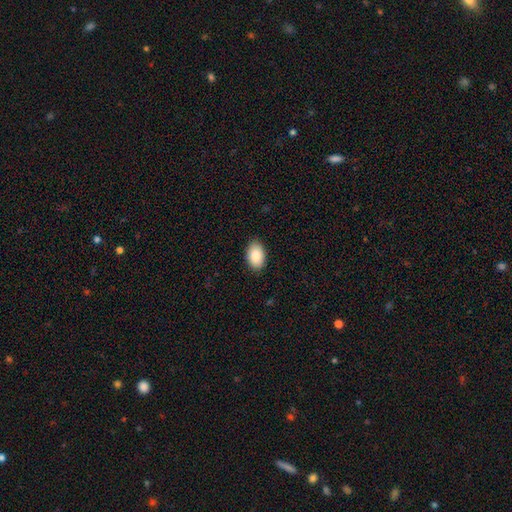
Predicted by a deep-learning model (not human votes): Smooth or featured? smooth (87%)
How rounded? in between (92%)
Merging? none (87%)